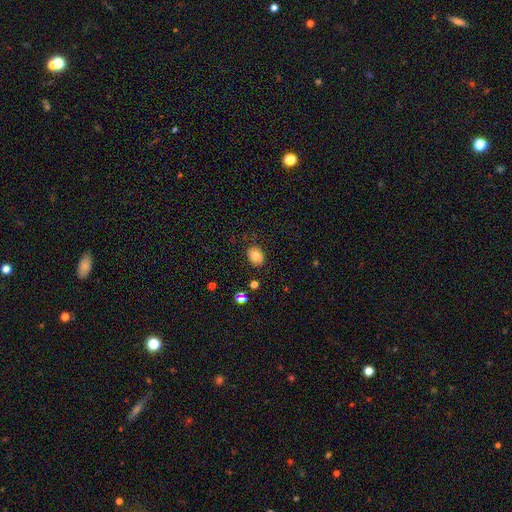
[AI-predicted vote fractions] smooth_or_featured: smooth (p=0.79) [alt: star or artifact p=0.11]
how_rounded: in between (p=0.59) [alt: round p=0.40]
merging: none (p=0.84) [alt: minor disturbance p=0.11]